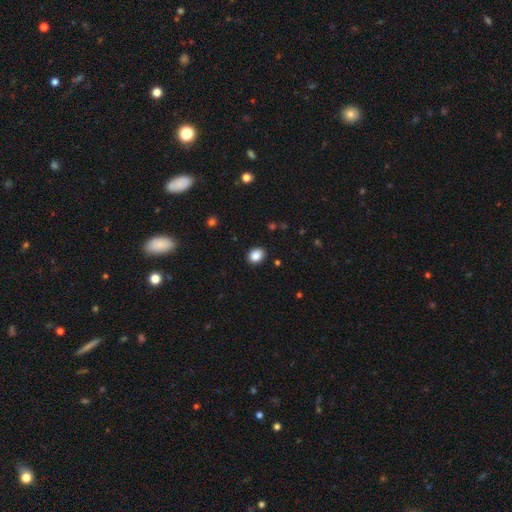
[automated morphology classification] smooth-or-featured: smooth: 87% | star or artifact: 9% | featured or disk: 3%
  how-rounded: round: 50% | in between: 49% | cigar-shaped: 1%
  merging: none: 89% | minor disturbance: 8% | major disturbance: 2% | merger: 1%